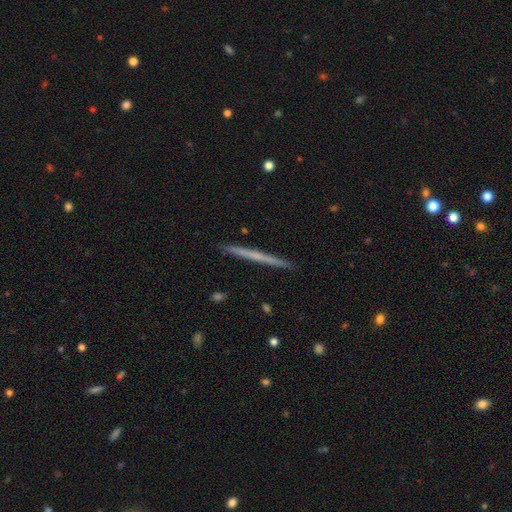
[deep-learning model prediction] Smooth or featured?
  - featured or disk: 53% *
  - smooth: 42%
  - star or artifact: 5%
Edge-on disk?
  - yes: 98% *
  - no: 2%
Edge-on bulge?
  - none: 86% *
  - rounded: 10%
  - boxy: 3%
Merging?
  - none: 92% *
  - minor disturbance: 5%
  - major disturbance: 1%
  - merger: 1%